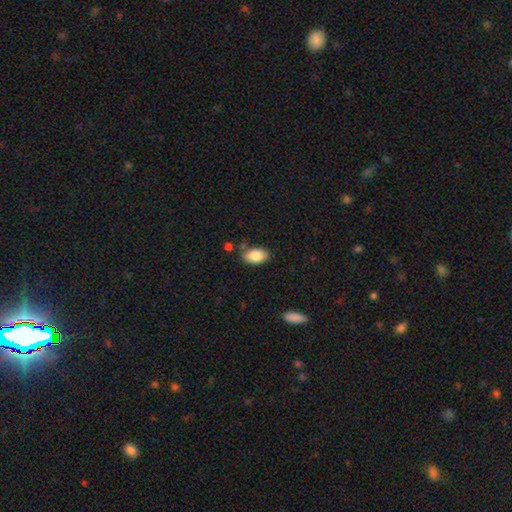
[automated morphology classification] Smooth or featured?
  - smooth: 85% *
  - featured or disk: 8%
  - star or artifact: 7%
How rounded?
  - in between: 93% *
  - round: 5%
  - cigar-shaped: 2%
Merging?
  - none: 76% *
  - minor disturbance: 15%
  - merger: 6%
  - major disturbance: 3%